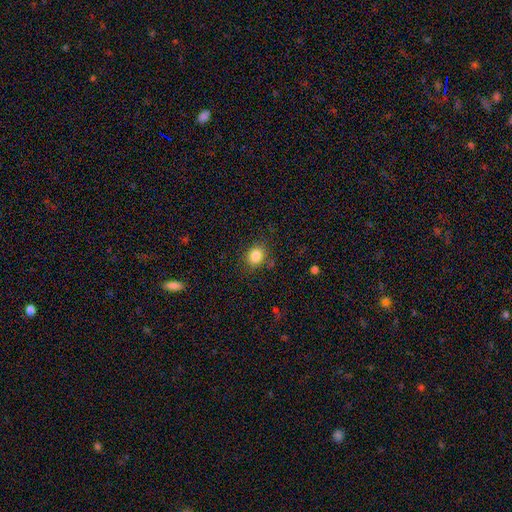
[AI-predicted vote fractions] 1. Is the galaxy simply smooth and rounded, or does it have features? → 85% smooth, 10% star or artifact, 5% featured or disk.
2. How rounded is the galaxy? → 62% round, 37% in between, 1% cigar-shaped.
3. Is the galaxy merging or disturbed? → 81% none, 12% minor disturbance, 4% major disturbance, 3% merger.